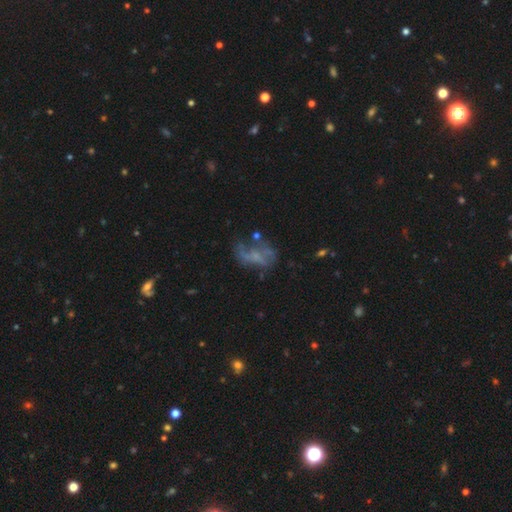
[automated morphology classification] Q: Smooth or featured?
A: featured or disk (58%); runner-up: smooth (26%)
Q: Edge-on disk?
A: no (96%); runner-up: yes (4%)
Q: Bar?
A: no (73%); runner-up: weak (21%)
Q: Spiral arms?
A: no (60%); runner-up: yes (40%)
Q: Bulge size?
A: none (60%); runner-up: small (25%)
Q: Merging?
A: major disturbance (36%); tied with: none (36%)